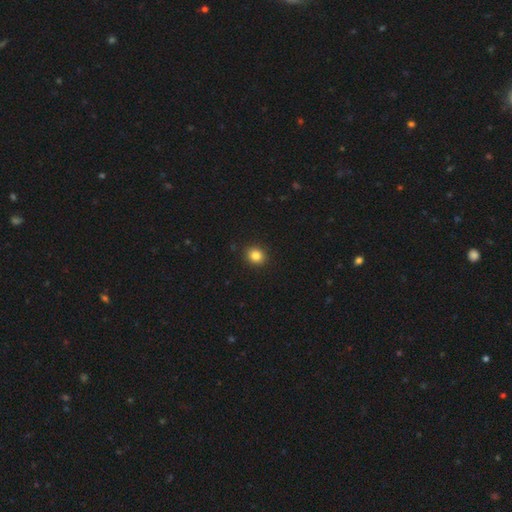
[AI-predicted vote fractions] The model was most divided on "how rounded": round: 77%, in between: 22%, cigar-shaped: 1%. More confident: merging — none (92%); smooth or featured — smooth (84%).